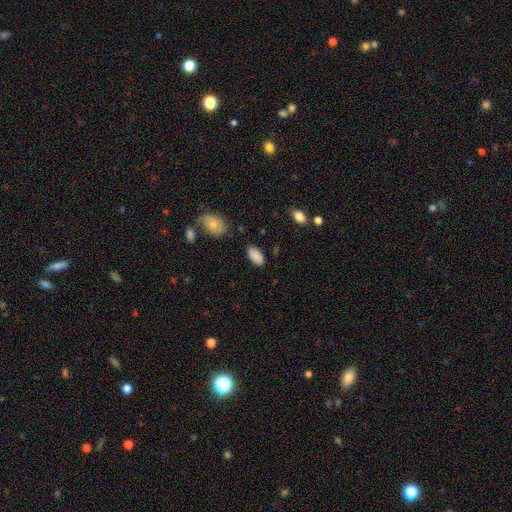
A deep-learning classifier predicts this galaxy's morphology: Smooth or featured: smooth — 87% (star or artifact — 7%)
How rounded: in between — 95% (round — 3%)
Merging: none — 82% (minor disturbance — 13%)